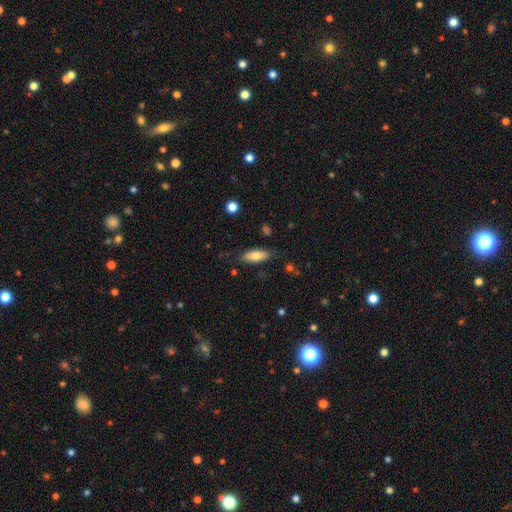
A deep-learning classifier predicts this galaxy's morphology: Smooth or featured?
  - smooth: 76% *
  - featured or disk: 17%
  - star or artifact: 7%
How rounded?
  - in between: 76% *
  - cigar-shaped: 22%
  - round: 2%
Merging?
  - none: 81% *
  - minor disturbance: 14%
  - major disturbance: 3%
  - merger: 2%